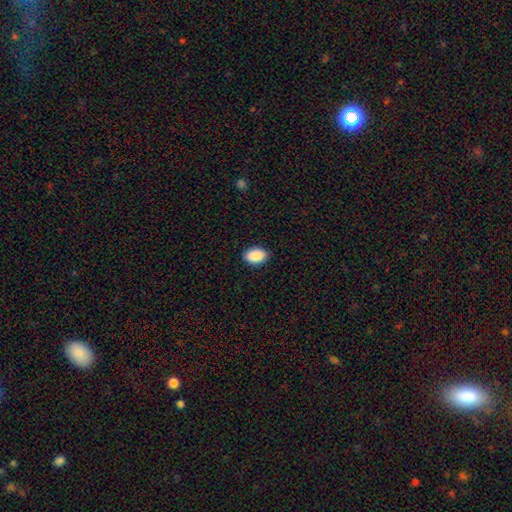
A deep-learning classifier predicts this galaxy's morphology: The model was most divided on "merging": none: 88%, minor disturbance: 9%, major disturbance: 2%, merger: 1%. More confident: smooth or featured — smooth (90%); how rounded — in between (90%).